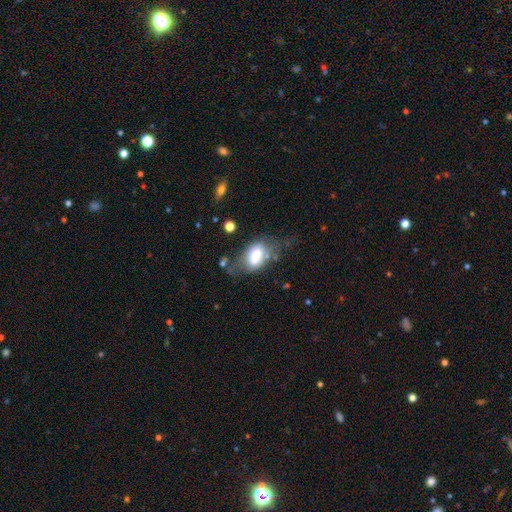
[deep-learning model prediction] A smooth galaxy with no disk features (59%) that is in between round and cigar-shaped (85%).

Vote fractions:
- Smooth or featured? smooth: 59% / featured or disk: 32% / star or artifact: 9%
- How rounded? in between: 85% / round: 13% / cigar-shaped: 2%
- Merging? none: 30% / major disturbance: 28% / minor disturbance: 26% / merger: 15%